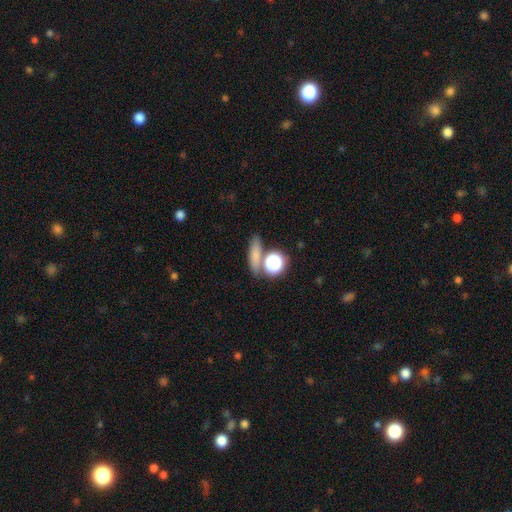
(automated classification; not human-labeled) Smooth or featured?
  - smooth: 72% *
  - star or artifact: 16%
  - featured or disk: 12%
How rounded?
  - cigar-shaped: 36% *
  - round: 33%
  - in between: 31%
Merging?
  - none: 69% *
  - merger: 17%
  - minor disturbance: 10%
  - major disturbance: 4%